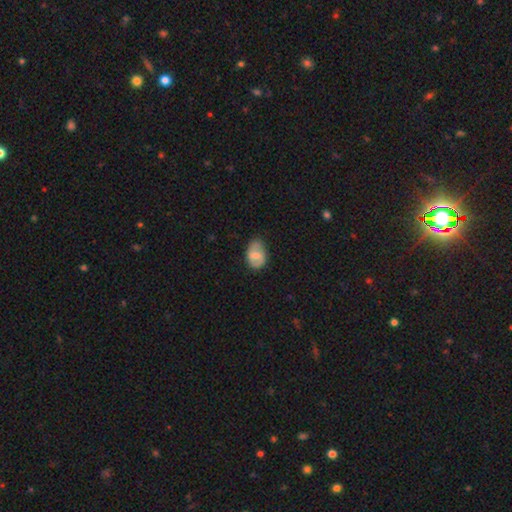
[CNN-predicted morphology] Q: Smooth or featured?
A: smooth (57%); runner-up: featured or disk (37%)
Q: How rounded?
A: in between (82%); runner-up: round (17%)
Q: Merging?
A: none (71%); runner-up: minor disturbance (24%)